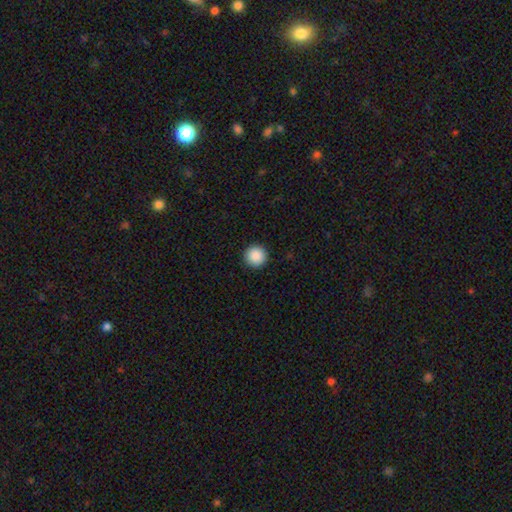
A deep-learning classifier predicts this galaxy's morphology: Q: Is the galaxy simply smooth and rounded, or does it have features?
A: smooth — 89%.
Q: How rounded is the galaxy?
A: round — 96%.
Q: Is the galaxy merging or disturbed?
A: none — 93%.